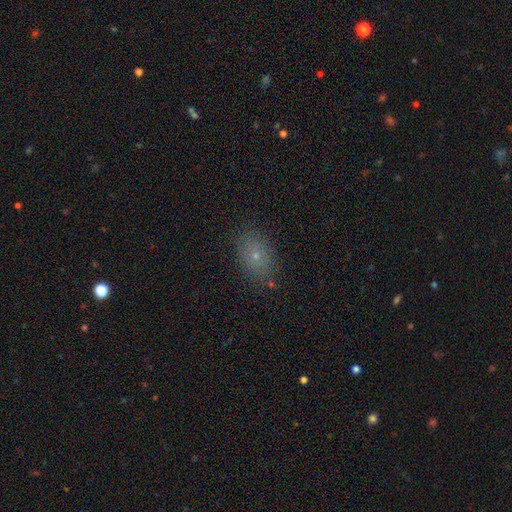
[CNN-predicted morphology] Smooth or featured: smooth — 69% (star or artifact — 16%)
How rounded: in between — 78% (round — 20%)
Merging: none — 82% (minor disturbance — 13%)